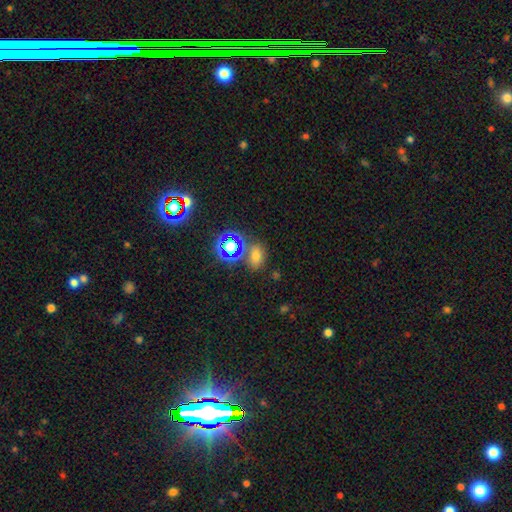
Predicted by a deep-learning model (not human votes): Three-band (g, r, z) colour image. It shows a smooth galaxy with no disk features (59%) that is in between round and cigar-shaped (73%). Merging: none (66%).